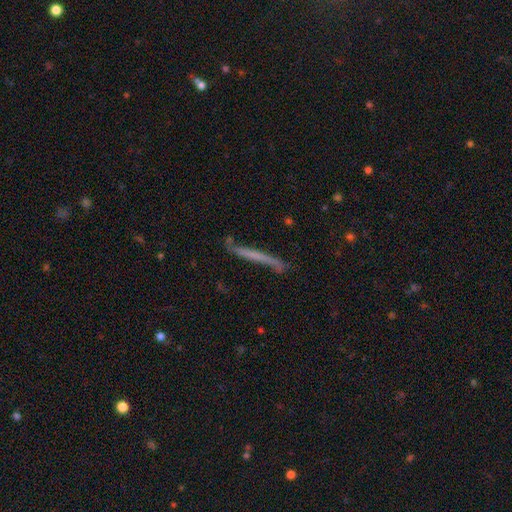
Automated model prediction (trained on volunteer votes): This is possibly a featured or disk galaxy (50%). It is clearly viewed edge-on (85%). Merging: likely none (67%).